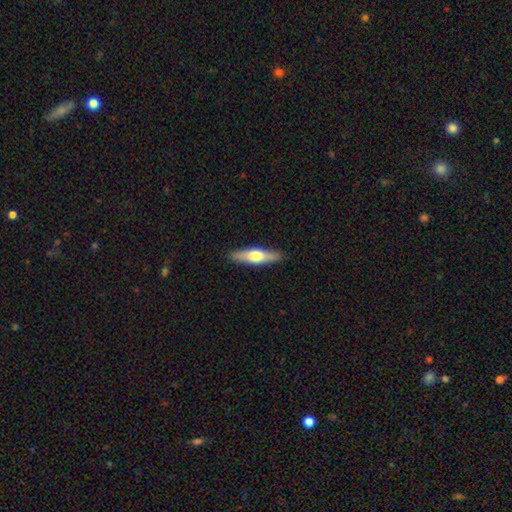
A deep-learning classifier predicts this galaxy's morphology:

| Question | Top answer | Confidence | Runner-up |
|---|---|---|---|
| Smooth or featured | smooth | 51% | featured or disk (44%) |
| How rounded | cigar-shaped | 71% | in between (27%) |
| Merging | none | 89% | minor disturbance (8%) |